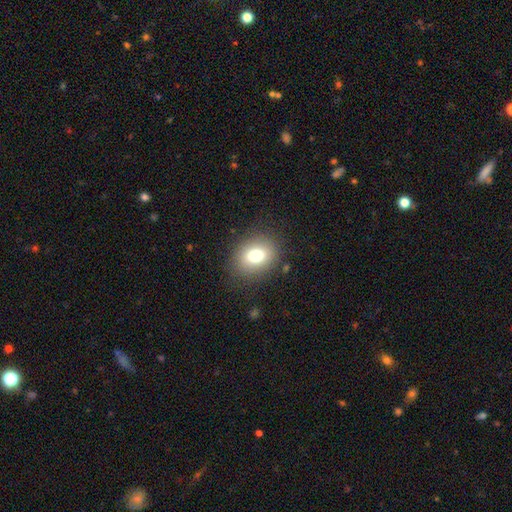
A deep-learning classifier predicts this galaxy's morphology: Overall: smooth (75%). How rounded: in between (55%; round 45%). Merging: none (84%).